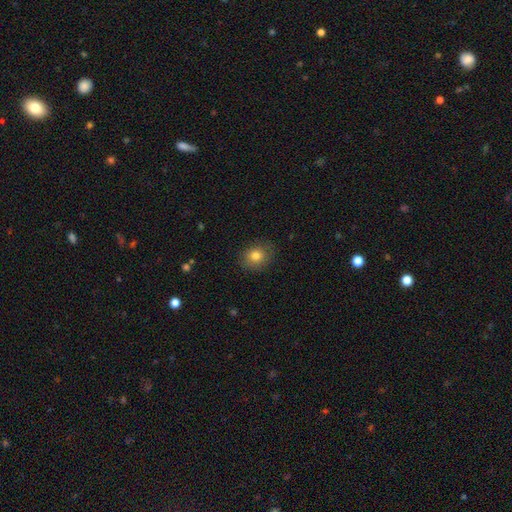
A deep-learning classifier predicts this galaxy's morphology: Q: Smooth or featured?
A: smooth (80%); runner-up: star or artifact (11%)
Q: How rounded?
A: round (64%); runner-up: in between (35%)
Q: Merging?
A: none (84%); runner-up: minor disturbance (12%)